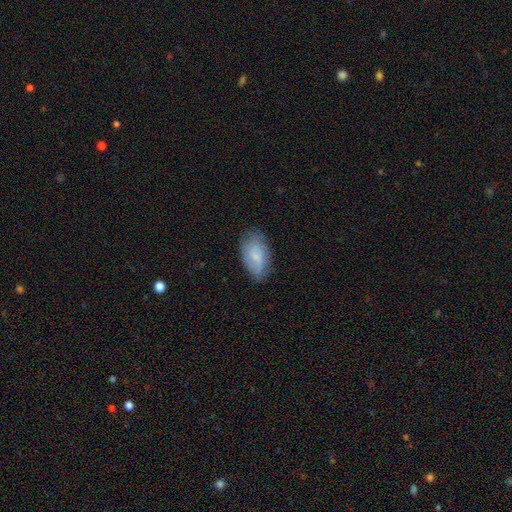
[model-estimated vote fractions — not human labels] This is likely a smooth galaxy (71%). How rounded: clearly in between (93%). Merging: likely none (71%).